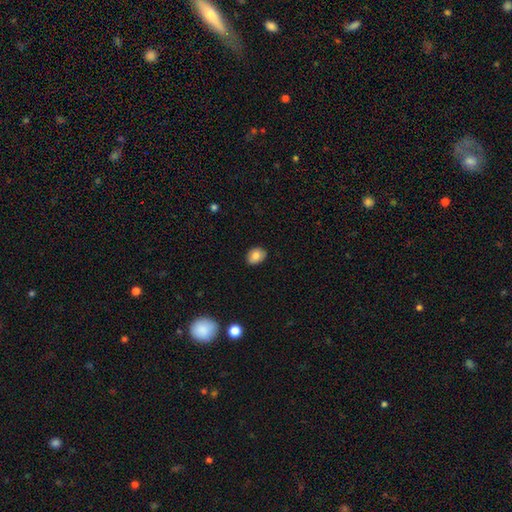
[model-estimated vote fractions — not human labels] Morphology: type=smooth (81%); roundness=in between (64%); merging=none (86%).